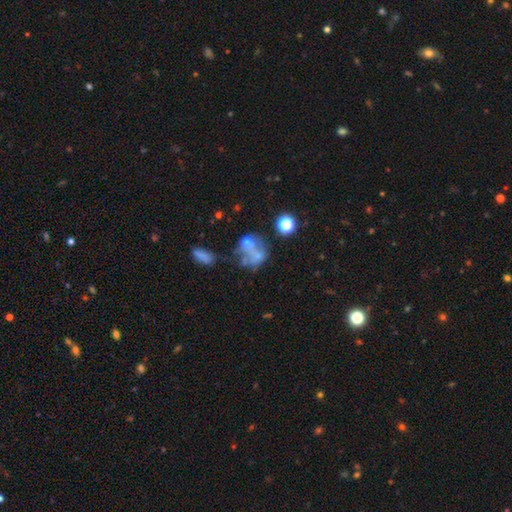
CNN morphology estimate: A smooth galaxy with no disk features (40%, tied with featured or disk).

Vote fractions:
- Smooth or featured? smooth: 40% (tied) / featured or disk: 40% (tied) / star or artifact: 19%
- Merging? merger: 34% / none: 26% / major disturbance: 25% / minor disturbance: 15%